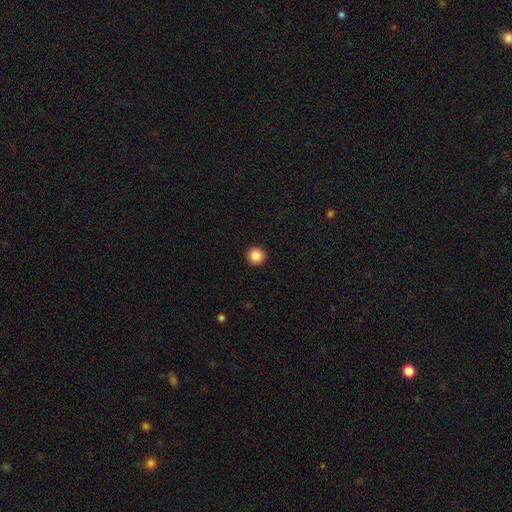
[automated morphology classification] The model was most divided on "smooth or featured": smooth: 87%, star or artifact: 10%, featured or disk: 4%. More confident: how rounded — round (96%); merging — none (94%).